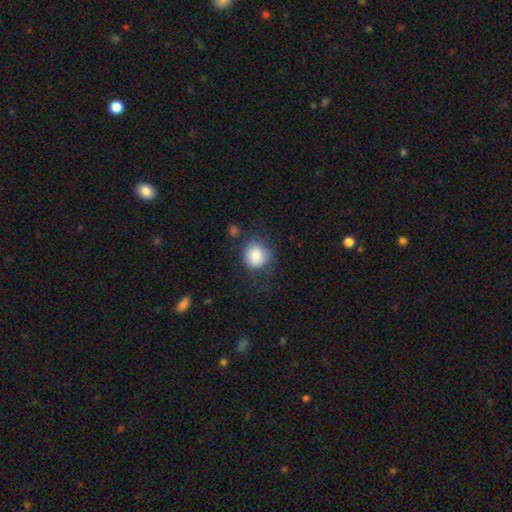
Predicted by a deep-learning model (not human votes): A smooth galaxy with no disk features (82%) that is round (84%).

Vote fractions:
- Smooth or featured? smooth: 82% / featured or disk: 11% / star or artifact: 8%
- How rounded? round: 84% / in between: 15% / cigar-shaped: 1%
- Merging? none: 64% / minor disturbance: 21% / major disturbance: 12% / merger: 3%